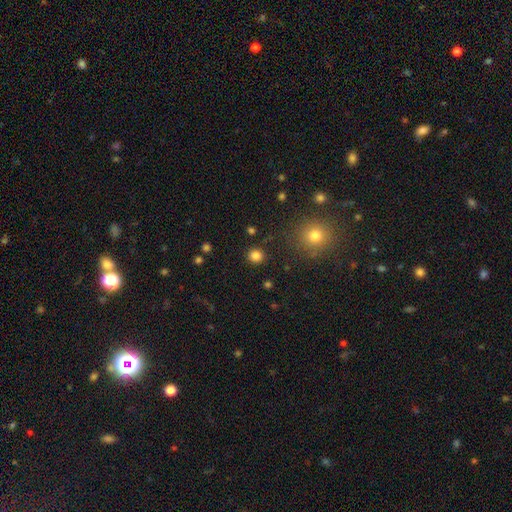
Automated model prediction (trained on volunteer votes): Smooth or featured?
  - smooth: 83% *
  - star or artifact: 13%
  - featured or disk: 4%
How rounded?
  - round: 90% *
  - in between: 9%
  - cigar-shaped: 1%
Merging?
  - none: 90% *
  - minor disturbance: 6%
  - major disturbance: 2%
  - merger: 2%